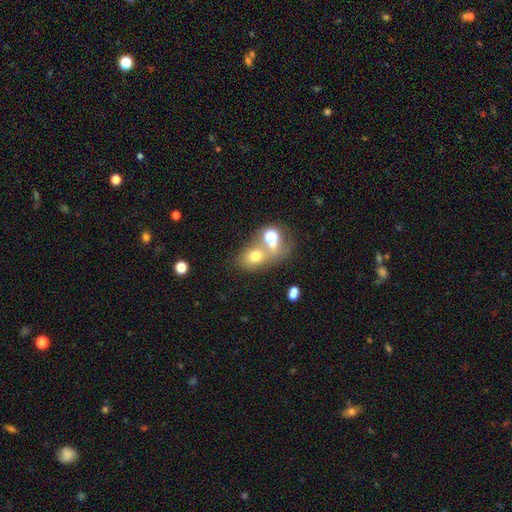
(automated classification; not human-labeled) smooth-or-featured: smooth: 58% | featured or disk: 24% | star or artifact: 18%
  how-rounded: in between: 55% | round: 43% | cigar-shaped: 3%
  merging: merger: 59% | none: 30% | minor disturbance: 7% | major disturbance: 4%